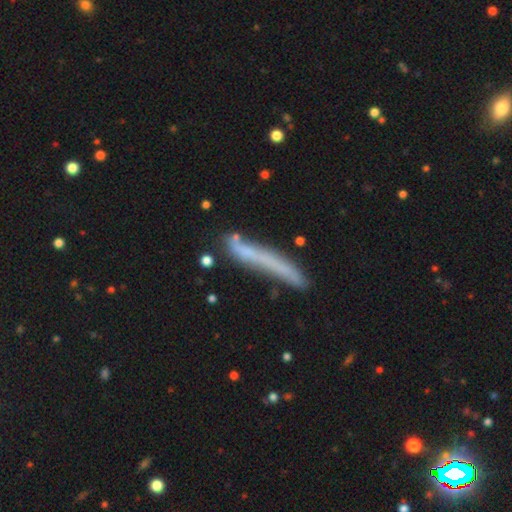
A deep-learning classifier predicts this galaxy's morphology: A smooth galaxy with no disk features (48%). Merging: none (66%).